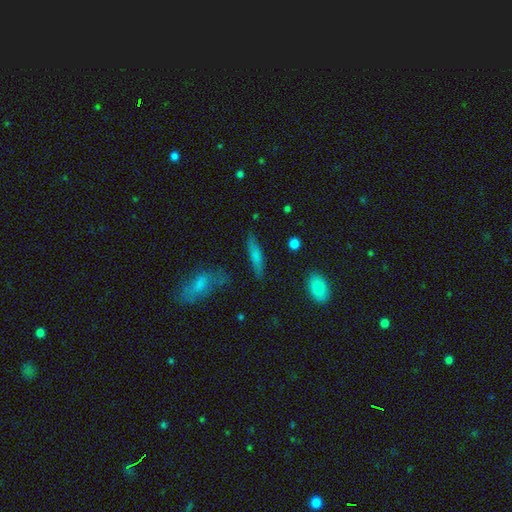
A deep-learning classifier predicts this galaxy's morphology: The model was most divided on "smooth or featured": smooth: 67%, featured or disk: 25%, star or artifact: 8%. More confident: merging — none (82%); how rounded — cigar-shaped (75%).